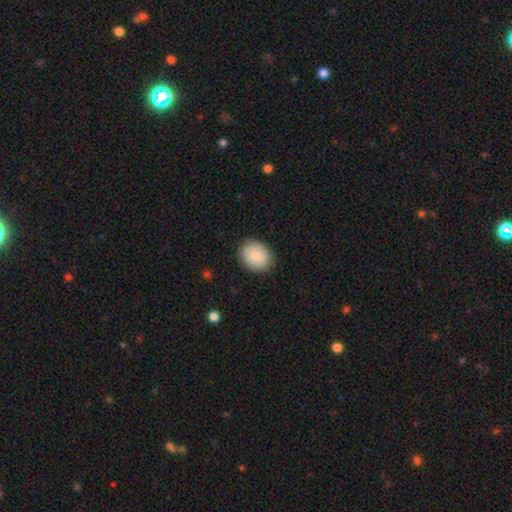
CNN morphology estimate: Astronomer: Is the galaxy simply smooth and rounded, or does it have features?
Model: smooth — 84%.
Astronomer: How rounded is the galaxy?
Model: in between — 51% (runner-up: round, 48%).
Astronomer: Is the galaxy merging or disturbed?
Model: none — 87%.